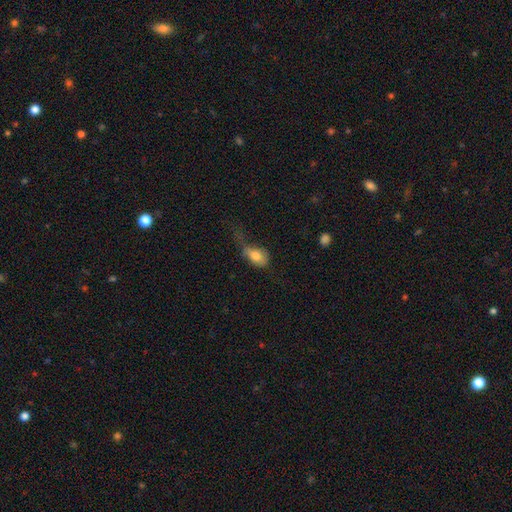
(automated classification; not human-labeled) This is likely a smooth galaxy (76%). How rounded: clearly in between (81%). Merging: possibly major disturbance (49%).